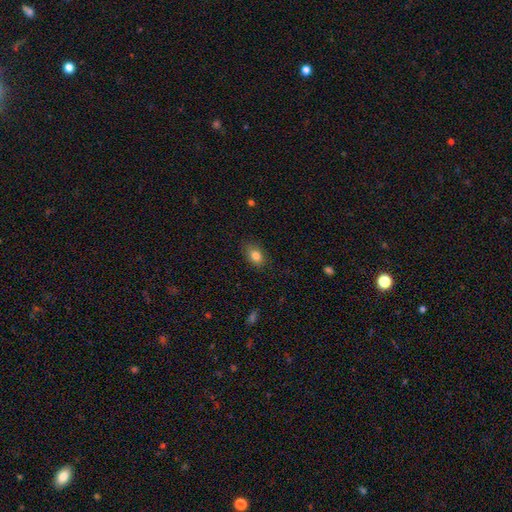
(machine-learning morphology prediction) This is clearly a smooth galaxy (83%). How rounded: clearly in between (82%). Merging: clearly none (82%).